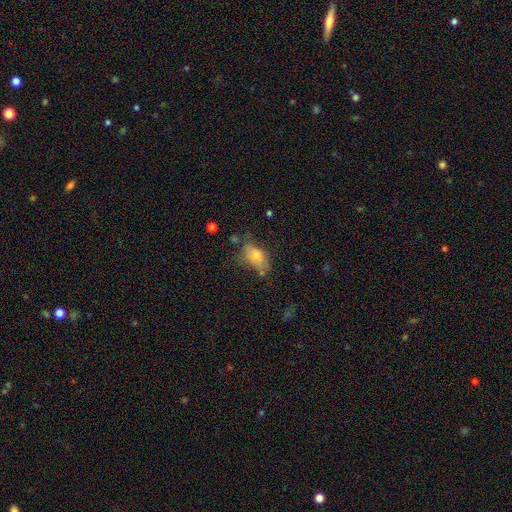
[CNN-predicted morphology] Q: Smooth or featured?
A: smooth (64%); runner-up: featured or disk (25%)
Q: How rounded?
A: in between (82%); runner-up: round (13%)
Q: Merging?
A: none (47%); runner-up: minor disturbance (29%)